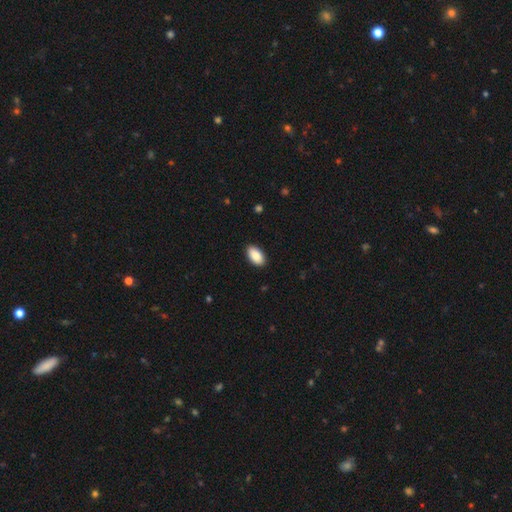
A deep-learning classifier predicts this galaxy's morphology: This appears to be a smooth galaxy with no disk features (90%) that is in between round and cigar-shaped (95%). Merging: none (90%).